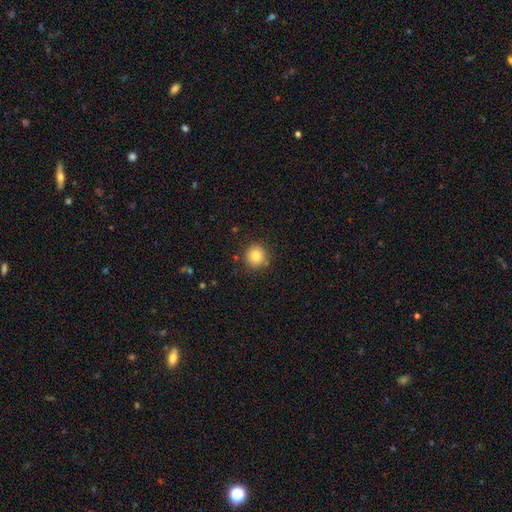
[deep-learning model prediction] This appears to be a smooth galaxy with no disk features (83%) that is round (90%). Merging: none (86%).